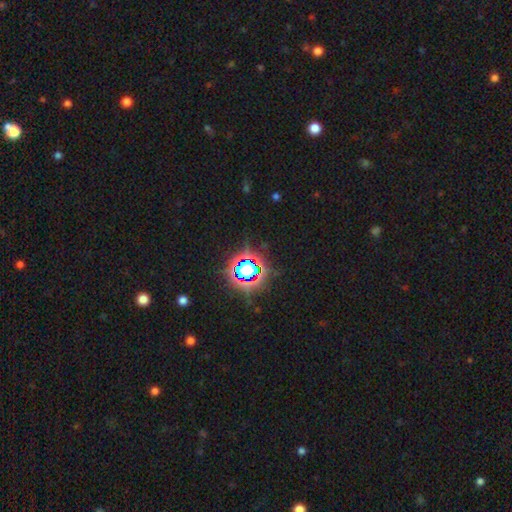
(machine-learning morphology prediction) Smooth or featured: star or artifact — 79% (smooth — 14%)